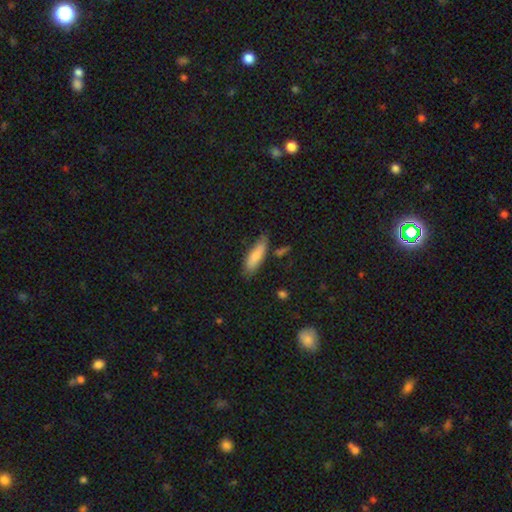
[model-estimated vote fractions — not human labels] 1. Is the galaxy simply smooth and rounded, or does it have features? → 78% smooth, 16% featured or disk, 6% star or artifact.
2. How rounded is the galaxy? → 52% in between, 46% cigar-shaped, 2% round.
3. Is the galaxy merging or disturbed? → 70% none, 22% minor disturbance, 4% major disturbance, 4% merger.